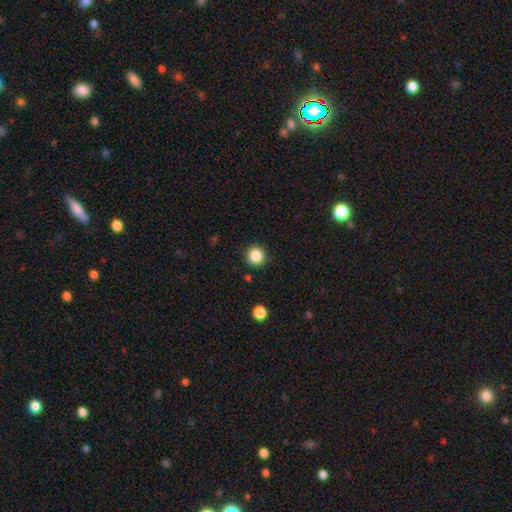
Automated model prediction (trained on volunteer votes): Overall: smooth (86%). How rounded: round (92%). Merging: none (90%).